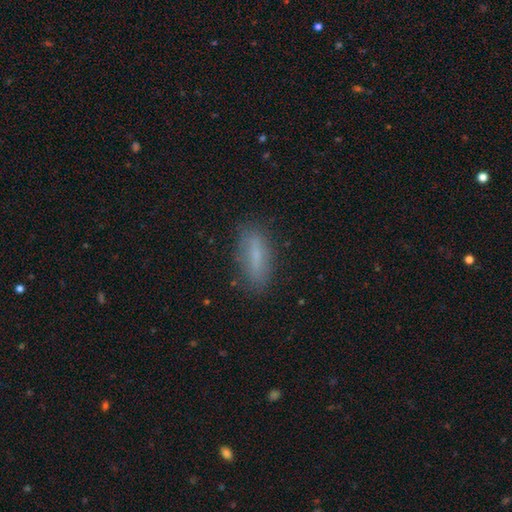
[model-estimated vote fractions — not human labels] A smooth galaxy with no disk features (68%) that is in between round and cigar-shaped (49%). Merging: none (80%).